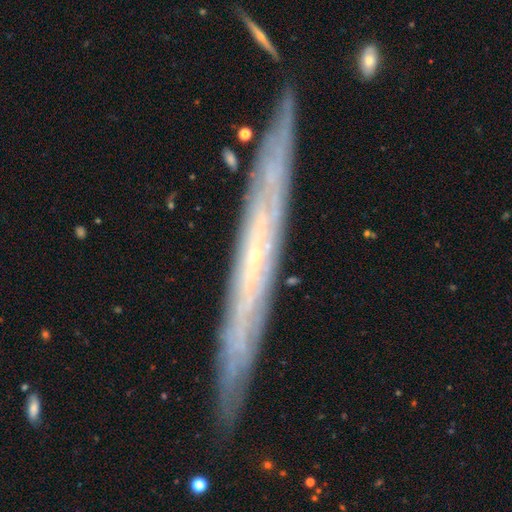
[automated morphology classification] Smooth or featured? featured or disk (75%)
Edge-on disk? yes (82%)
Edge-on bulge? none (74%)
Merging? none (87%)